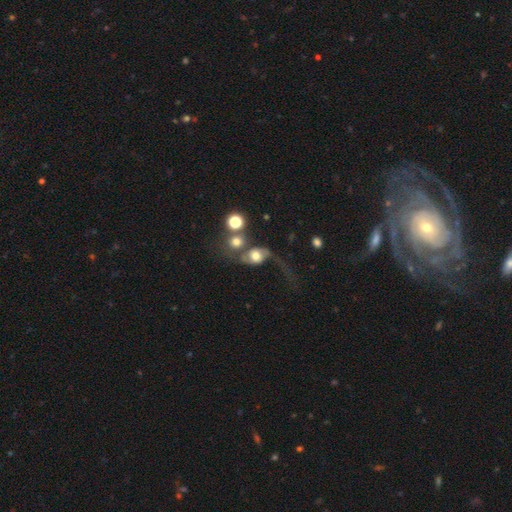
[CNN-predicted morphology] Smooth or featured?
  - smooth: 49% *
  - featured or disk: 39%
  - star or artifact: 12%
Merging?
  - merger: 36% *
  - major disturbance: 33%
  - none: 20%
  - minor disturbance: 11%